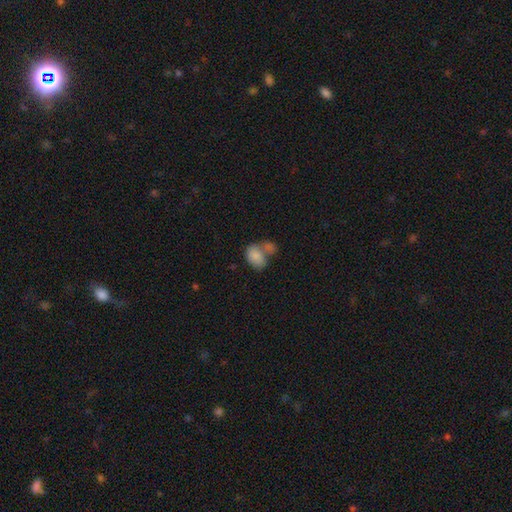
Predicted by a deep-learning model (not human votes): Q: Smooth or featured?
A: smooth (82%); runner-up: featured or disk (10%)
Q: How rounded?
A: in between (78%); runner-up: round (21%)
Q: Merging?
A: merger (56%); runner-up: none (26%)